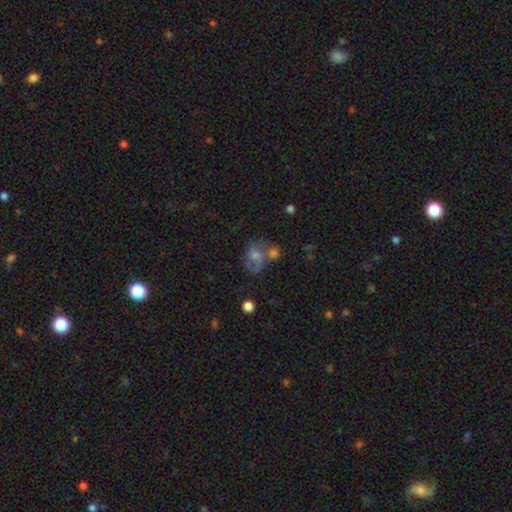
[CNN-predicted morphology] The model was most divided on "smooth or featured": smooth: 43%, featured or disk: 42%, star or artifact: 16%. Remaining: merging — none (42%).